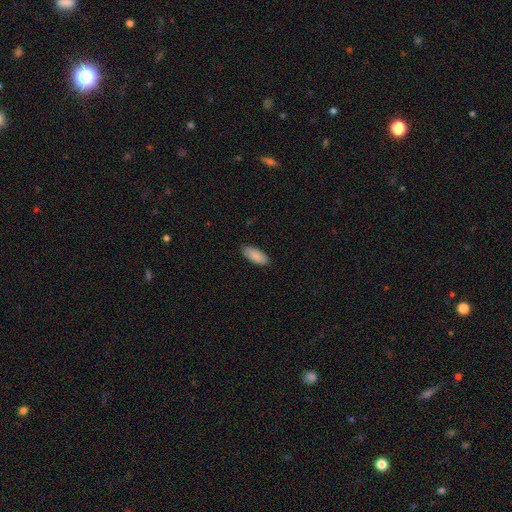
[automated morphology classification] Smooth or featured? Predicted: smooth (p=0.88). How rounded? Predicted: in between (p=0.84). Merging? Predicted: none (p=0.87).